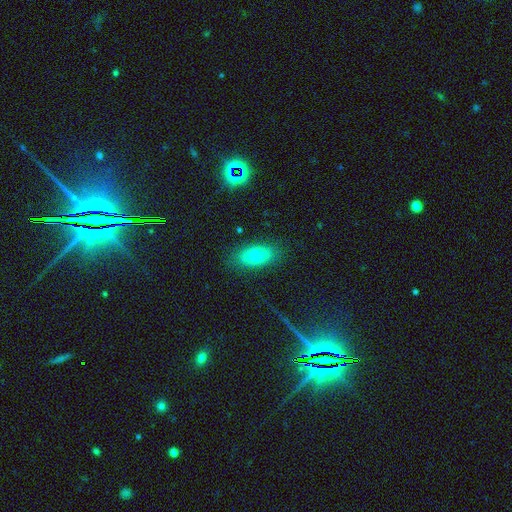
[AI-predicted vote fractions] Smooth or featured?
  - smooth: 66% *
  - featured or disk: 23%
  - star or artifact: 11%
How rounded?
  - in between: 89% *
  - round: 7%
  - cigar-shaped: 3%
Merging?
  - none: 83% *
  - minor disturbance: 12%
  - major disturbance: 4%
  - merger: 1%